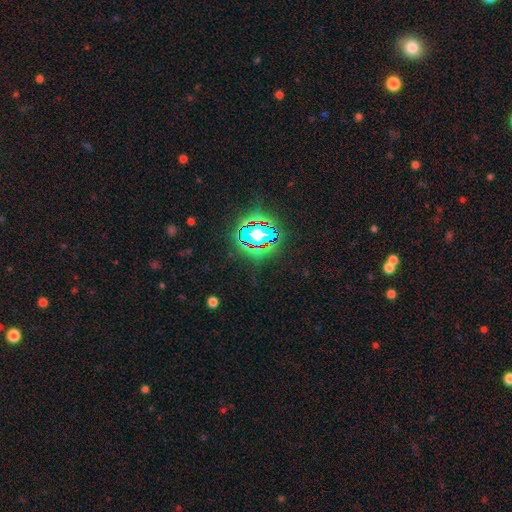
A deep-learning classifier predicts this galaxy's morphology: smooth_or_featured: star or artifact (p=0.84) [alt: smooth p=0.09]